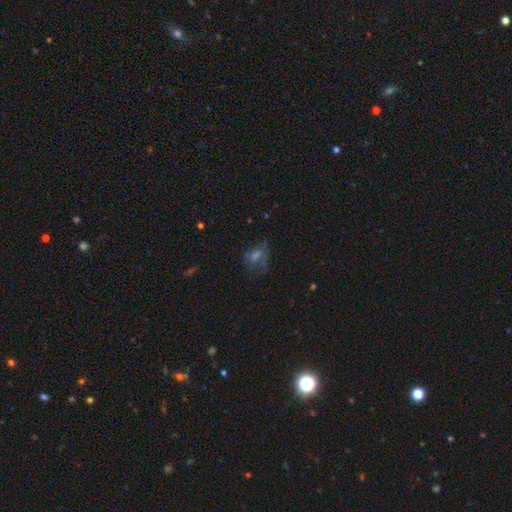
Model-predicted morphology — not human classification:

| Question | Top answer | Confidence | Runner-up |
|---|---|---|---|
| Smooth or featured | smooth | 35% | featured or disk (34%) |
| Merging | none | 53% | major disturbance (24%) |